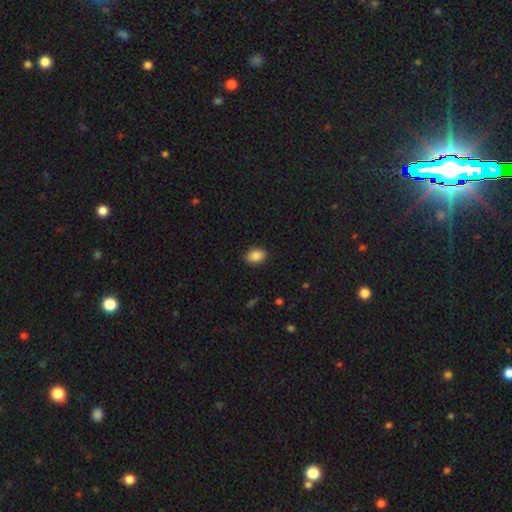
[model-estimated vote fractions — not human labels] A smooth galaxy with no disk features (88%) that is in between round and cigar-shaped (73%).

Vote fractions:
- Smooth or featured? smooth: 88% / star or artifact: 8% / featured or disk: 4%
- How rounded? in between: 73% / round: 26% / cigar-shaped: 1%
- Merging? none: 90% / minor disturbance: 7% / major disturbance: 2% / merger: 1%